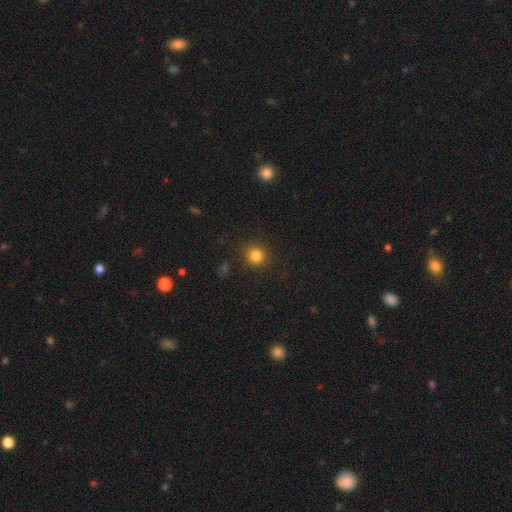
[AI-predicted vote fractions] A smooth galaxy with no disk features (82%) that is round (91%). Merging: none (89%).